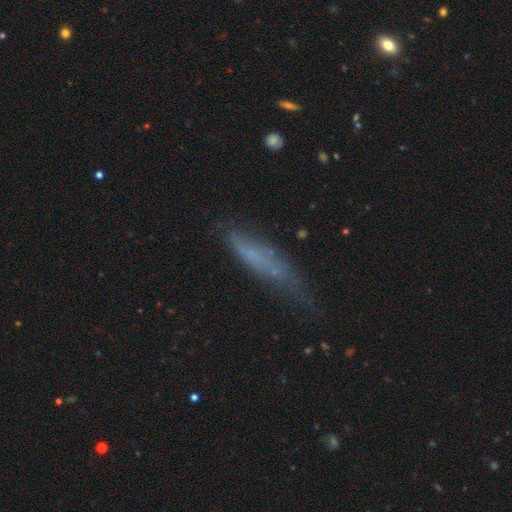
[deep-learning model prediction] The model was most divided on "merging": none: 45%, minor disturbance: 33%, major disturbance: 18%, merger: 4%. More confident: how rounded — cigar-shaped (76%); smooth or featured — smooth (54%).